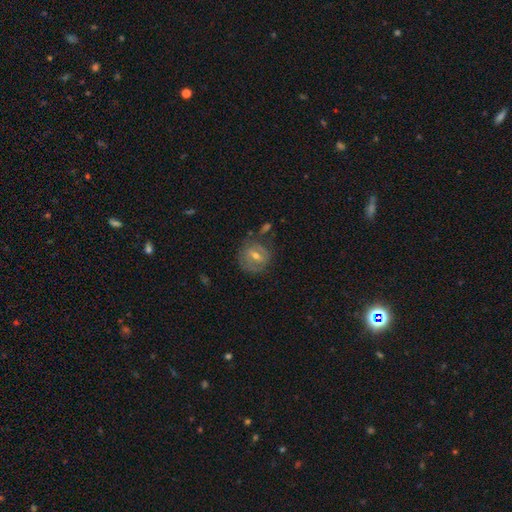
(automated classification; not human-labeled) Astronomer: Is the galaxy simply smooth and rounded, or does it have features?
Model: featured or disk — 52% (runner-up: smooth, 37%).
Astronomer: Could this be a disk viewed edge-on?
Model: no — 94%.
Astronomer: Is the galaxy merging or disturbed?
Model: none — 71%.